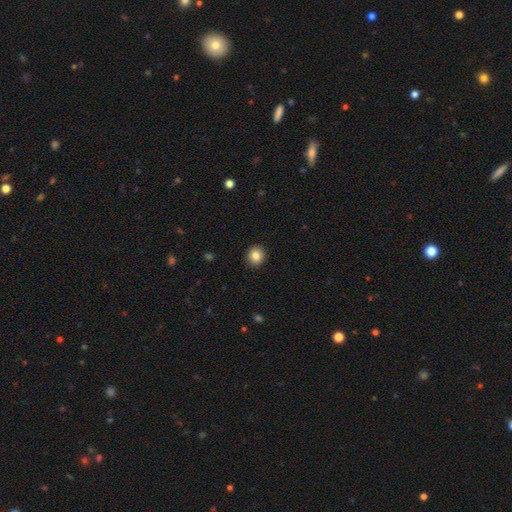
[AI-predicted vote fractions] smooth-or-featured: smooth: 84% | star or artifact: 10% | featured or disk: 6%
  how-rounded: round: 84% | in between: 15% | cigar-shaped: 1%
  merging: none: 92% | minor disturbance: 6% | major disturbance: 2% | merger: 1%